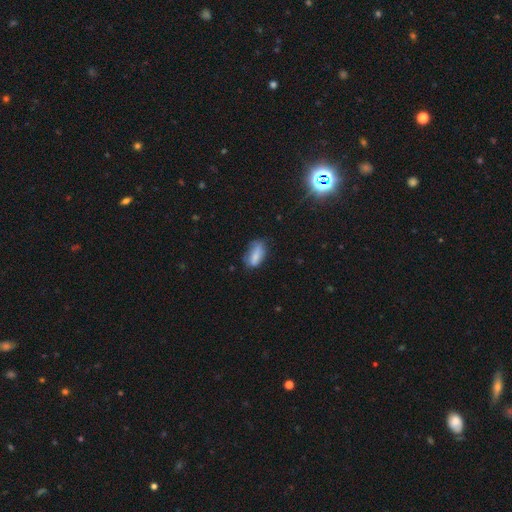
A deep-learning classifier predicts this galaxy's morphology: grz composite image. It shows a smooth galaxy with no disk features (78%) that is in between round and cigar-shaped (84%). Merging: none (53%).